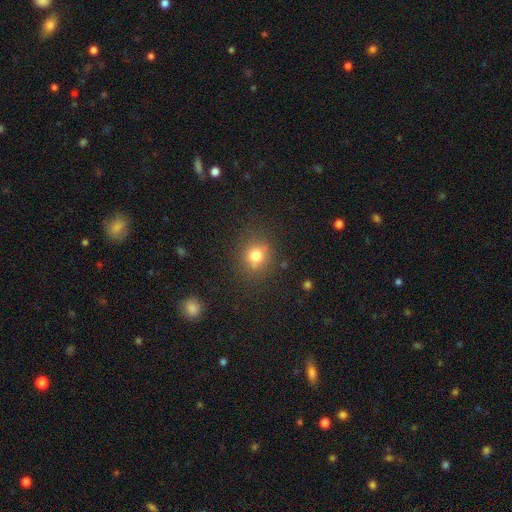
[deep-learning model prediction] Smooth or featured? smooth (76%)
How rounded? round (79%)
Merging? none (81%)